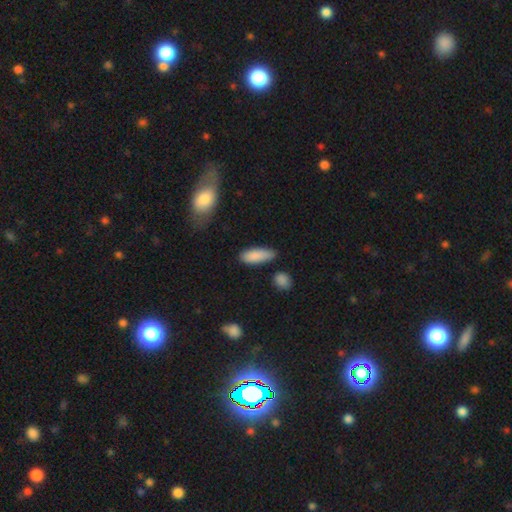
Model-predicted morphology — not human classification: smooth 87%, star or artifact 6%, featured or disk 6%. Down the decision tree: how rounded — in between (68%); merging — none (73%).